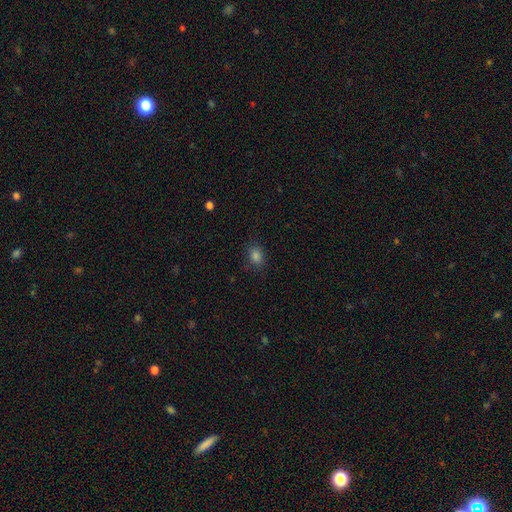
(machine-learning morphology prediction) type=smooth (82%); roundness=in between (67%); merging=none (82%).